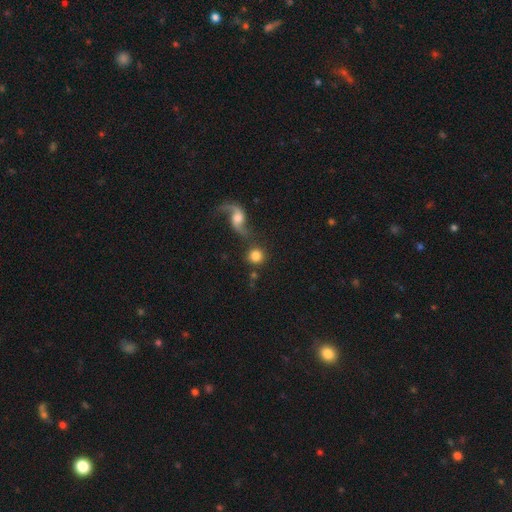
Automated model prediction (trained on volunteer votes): Morphology: type=smooth (77%); roundness=round (93%); merging=none (71%).